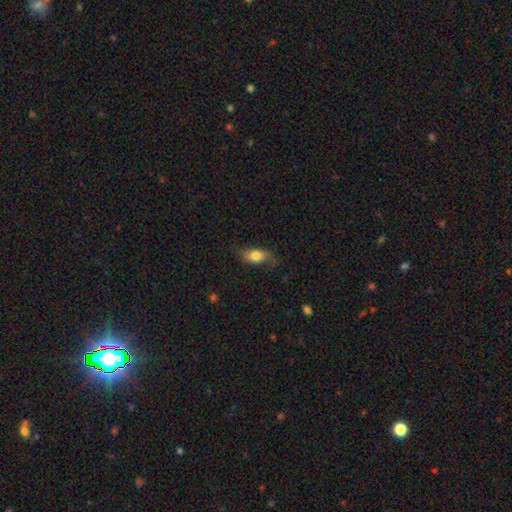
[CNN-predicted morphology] smooth 74%, featured or disk 18%, star or artifact 7%. Down the decision tree: how rounded — in between (85%); merging — none (67%).